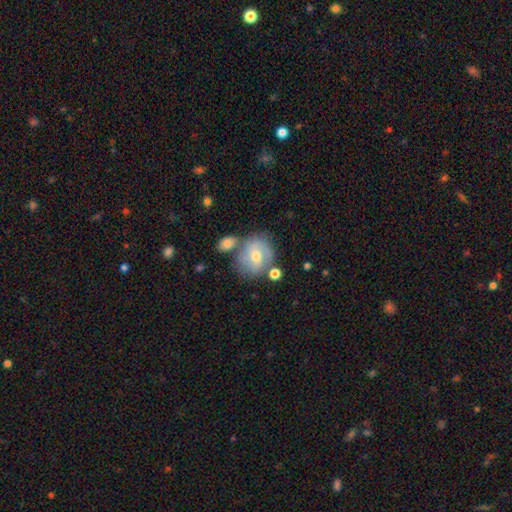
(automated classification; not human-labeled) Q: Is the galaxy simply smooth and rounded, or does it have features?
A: smooth — 47%.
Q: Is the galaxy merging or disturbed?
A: none — 56%.